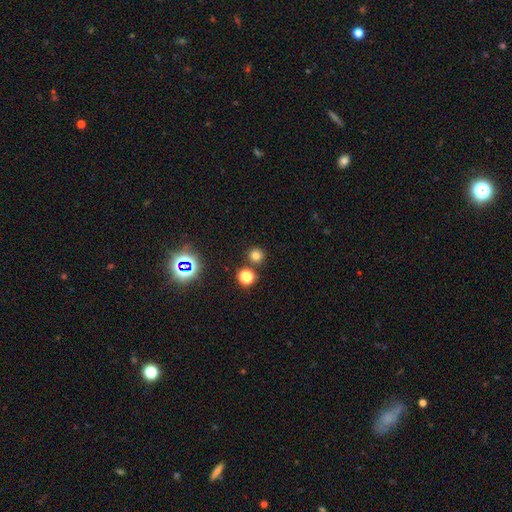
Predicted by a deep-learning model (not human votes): Morphology: type=smooth (74%); roundness=round (93%); merging=none (84%).